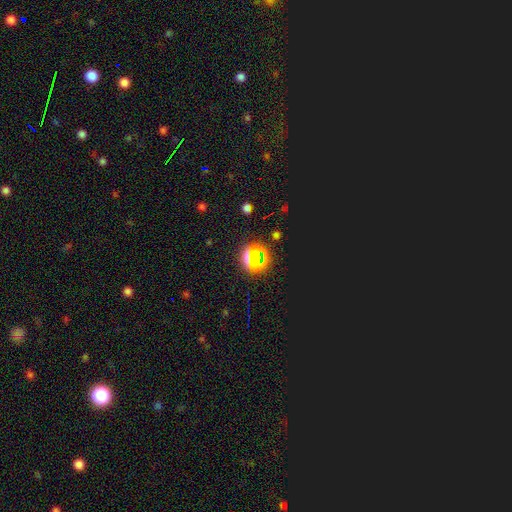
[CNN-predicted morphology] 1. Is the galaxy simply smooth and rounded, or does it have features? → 70% star or artifact, 21% smooth, 9% featured or disk.